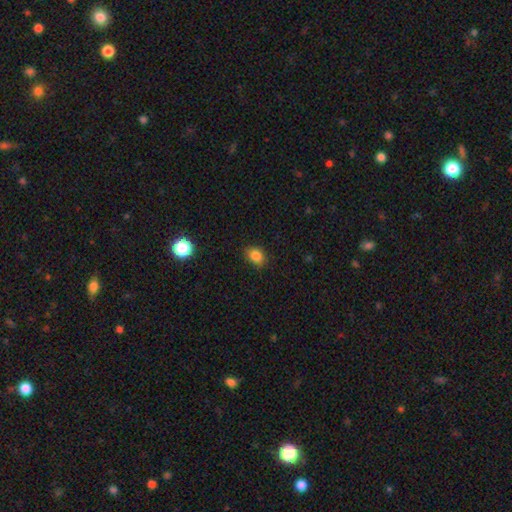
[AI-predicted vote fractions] This is clearly a smooth galaxy (84%). How rounded: possibly in between (56%). Merging: clearly none (82%).